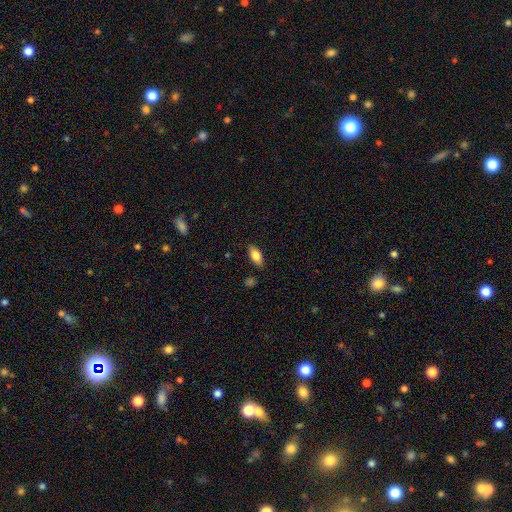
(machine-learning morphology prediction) This is likely a smooth galaxy (78%). How rounded: clearly in between (88%). Merging: clearly none (85%).